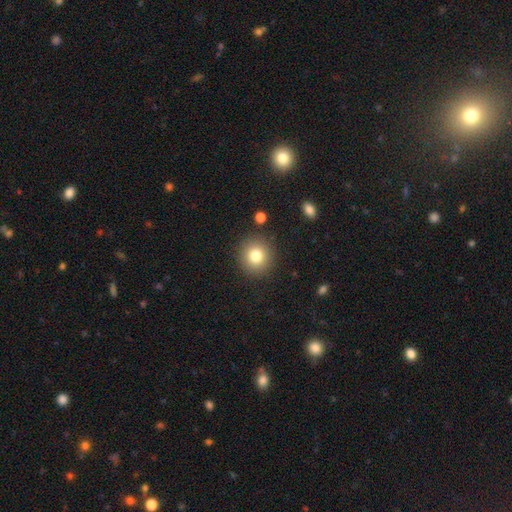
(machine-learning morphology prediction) Smooth or featured: smooth — 80% (star or artifact — 11%)
How rounded: round — 92% (in between — 7%)
Merging: none — 89% (minor disturbance — 7%)